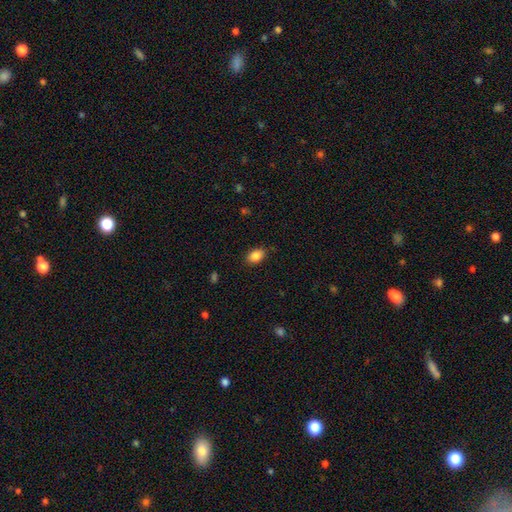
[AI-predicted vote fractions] Smooth or featured? smooth (87%)
How rounded? in between (86%)
Merging? none (85%)